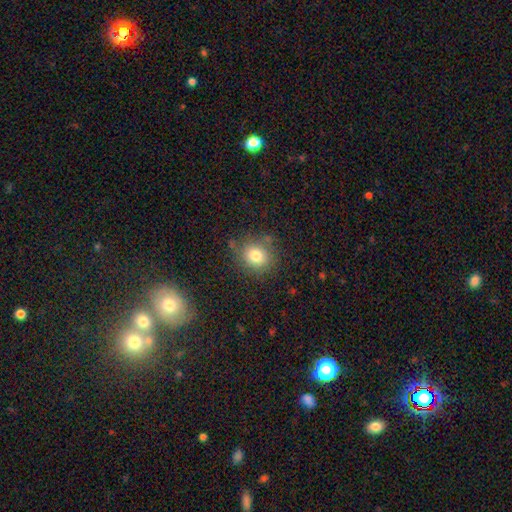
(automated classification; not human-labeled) smooth_or_featured: smooth (p=0.80) [alt: star or artifact p=0.12]
how_rounded: round (p=0.77) [alt: in between p=0.22]
merging: none (p=0.79) [alt: minor disturbance p=0.13]